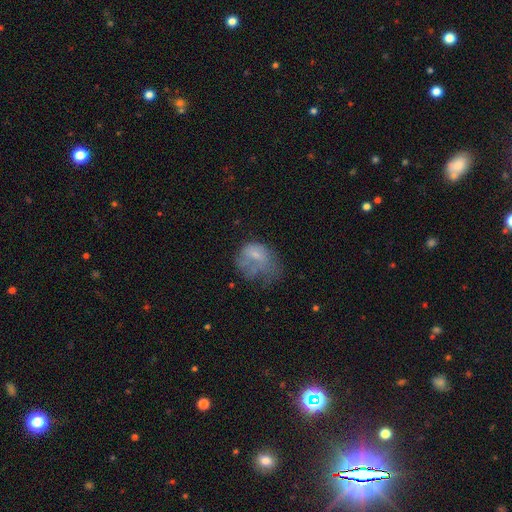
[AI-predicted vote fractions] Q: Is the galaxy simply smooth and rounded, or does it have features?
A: smooth — 54%.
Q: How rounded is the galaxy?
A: in between — 62%.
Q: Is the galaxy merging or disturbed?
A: major disturbance — 49%.